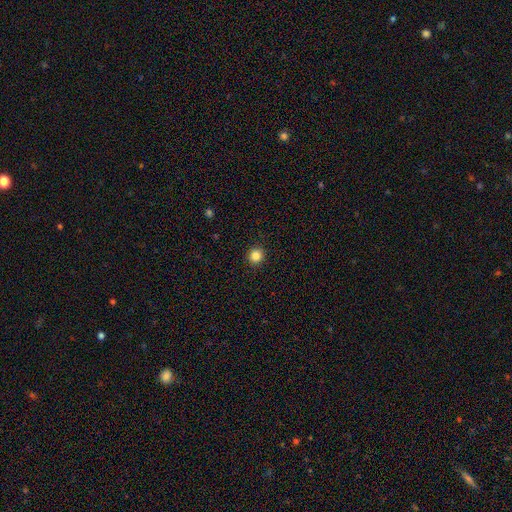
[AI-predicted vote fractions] This appears to be a smooth galaxy with no disk features (84%) that is round (93%). Merging: none (93%).